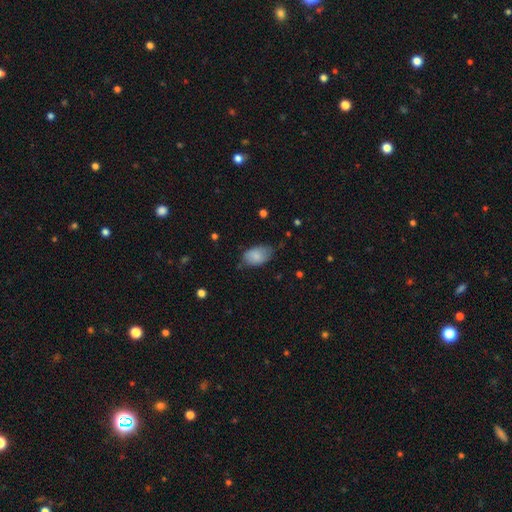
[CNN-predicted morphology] A smooth galaxy with no disk features (85%) that is in between round and cigar-shaped (92%).

Vote fractions:
- Smooth or featured? smooth: 85% / featured or disk: 8% / star or artifact: 7%
- How rounded? in between: 92% / round: 7% / cigar-shaped: 1%
- Merging? none: 65% / minor disturbance: 28% / major disturbance: 6% / merger: 1%